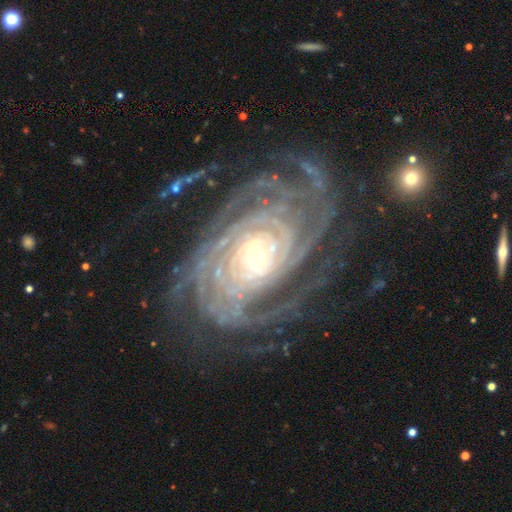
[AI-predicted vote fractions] Smooth or featured? Predicted: featured or disk (p=0.92). Edge-on disk? Predicted: no (p=0.96). Bar? Predicted: no (p=0.56). Spiral arms? Predicted: yes (p=0.98). Spiral winding? Predicted: tight (p=0.83). Spiral arm count? Predicted: more than 4 (p=0.27). Bulge size? Predicted: small (p=0.54). Merging? Predicted: none (p=0.72).